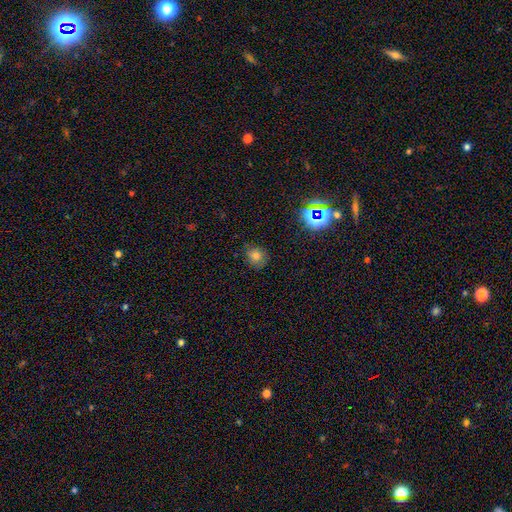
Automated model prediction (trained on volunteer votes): Smooth or featured? Predicted: smooth (p=0.70). How rounded? Predicted: round (p=0.70). Merging? Predicted: none (p=0.75).